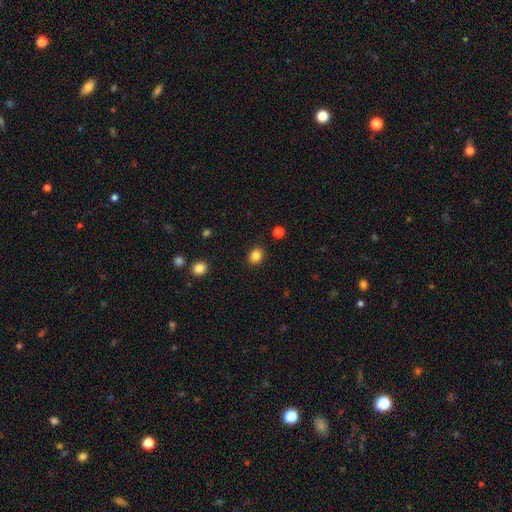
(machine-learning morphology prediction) smooth 84%, star or artifact 11%, featured or disk 5%. Down the decision tree: how rounded — round (61%); merging — none (89%).